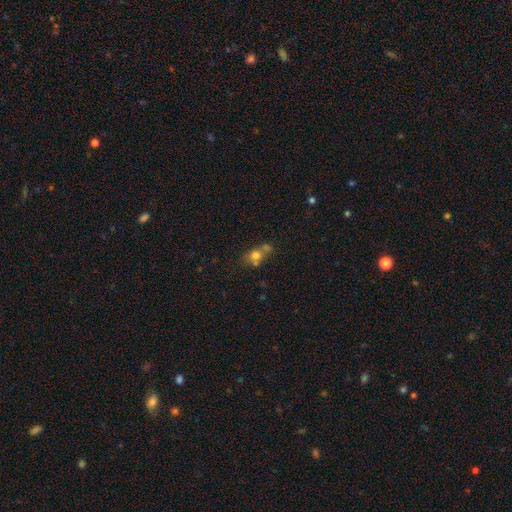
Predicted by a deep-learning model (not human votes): Smooth or featured? Predicted: smooth (p=0.66). How rounded? Predicted: round (p=0.63). Merging? Predicted: merger (p=0.42).